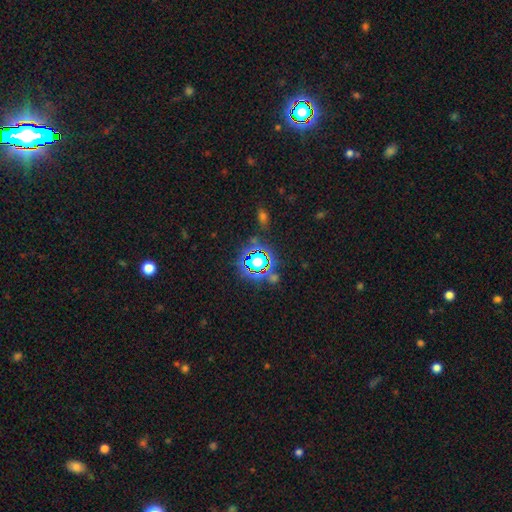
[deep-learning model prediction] Smooth or featured? Predicted: star or artifact (p=0.64).